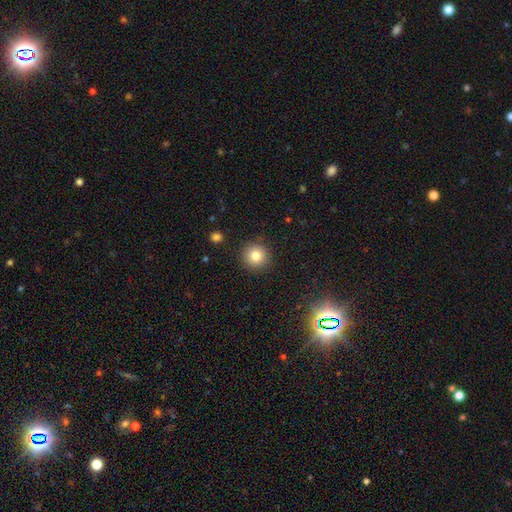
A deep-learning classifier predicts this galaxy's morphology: type=smooth (81%); roundness=round (94%); merging=none (90%).